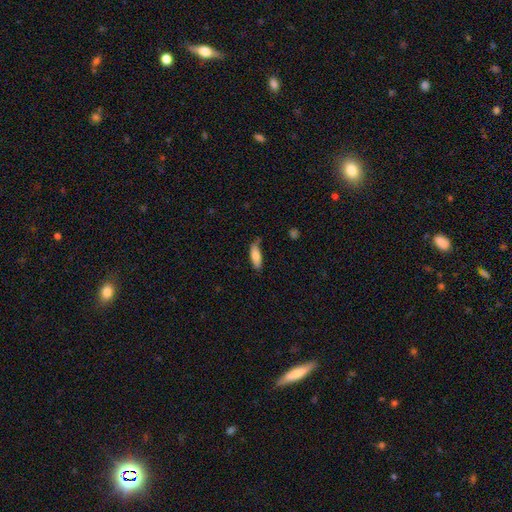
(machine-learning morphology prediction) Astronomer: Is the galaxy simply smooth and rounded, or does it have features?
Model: smooth — 82%.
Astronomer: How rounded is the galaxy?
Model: in between — 65%.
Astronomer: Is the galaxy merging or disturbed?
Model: none — 64%.